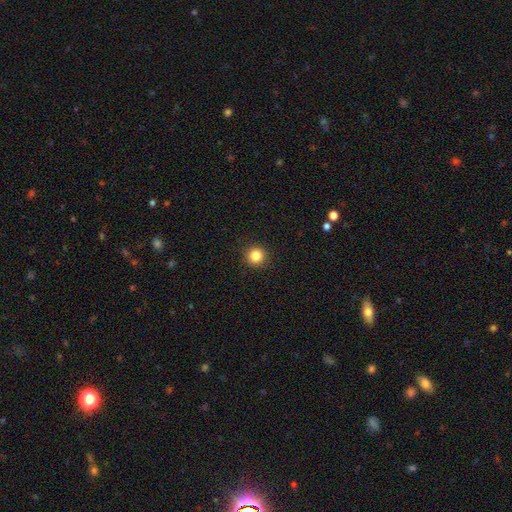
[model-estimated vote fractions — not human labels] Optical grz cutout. It shows a smooth galaxy with no disk features (84%) that is round (94%). Merging: none (92%).